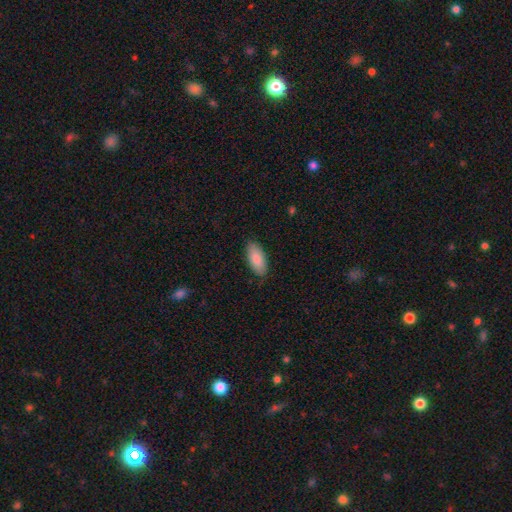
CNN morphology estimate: Smooth or featured?
  - smooth: 88% *
  - featured or disk: 6%
  - star or artifact: 6%
How rounded?
  - in between: 89% *
  - cigar-shaped: 10%
  - round: 2%
Merging?
  - none: 87% *
  - minor disturbance: 10%
  - major disturbance: 2%
  - merger: 1%